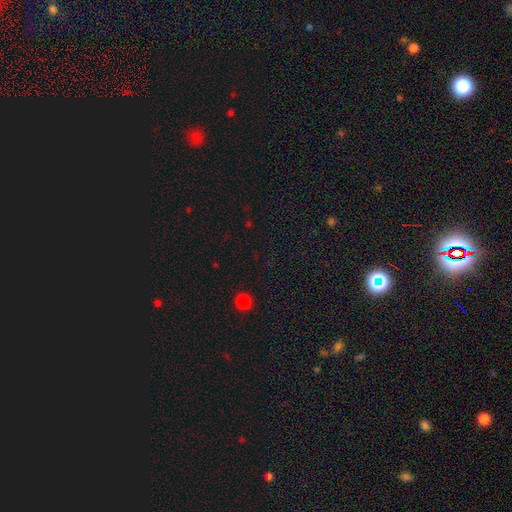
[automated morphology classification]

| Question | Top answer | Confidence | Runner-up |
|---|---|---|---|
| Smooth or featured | star or artifact | 57% | smooth (37%) |